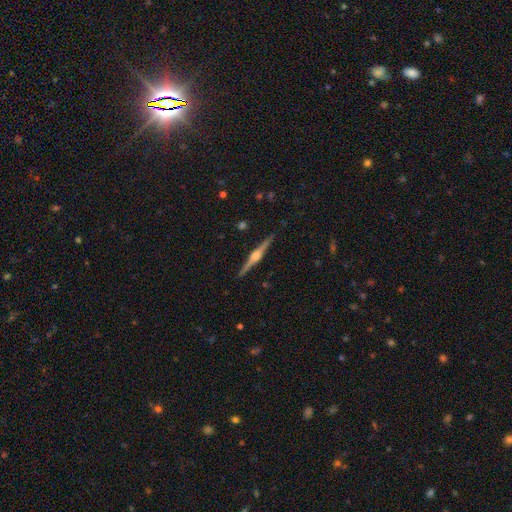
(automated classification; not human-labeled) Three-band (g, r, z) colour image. It shows a featured or disk galaxy (86%) viewed edge-on (99%) with a rounded central bulge (88%). Merging: none (92%).